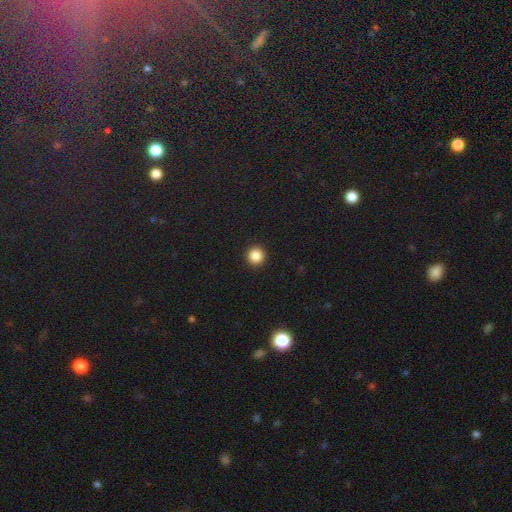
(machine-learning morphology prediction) This appears to be a smooth galaxy with no disk features (87%) that is round (96%). Merging: none (94%).